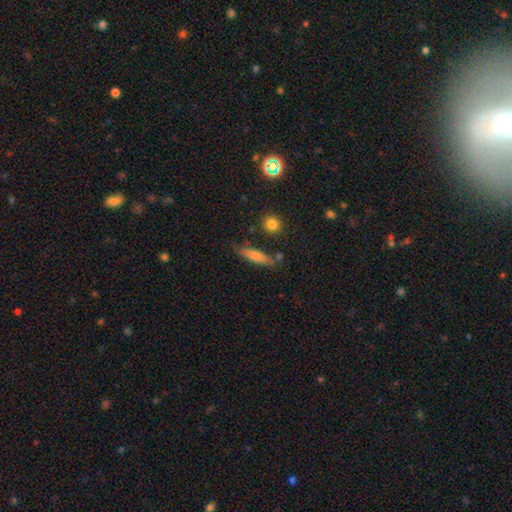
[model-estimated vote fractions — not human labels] Overall: smooth (75%). How rounded: cigar-shaped (69%). Merging: none (70%).